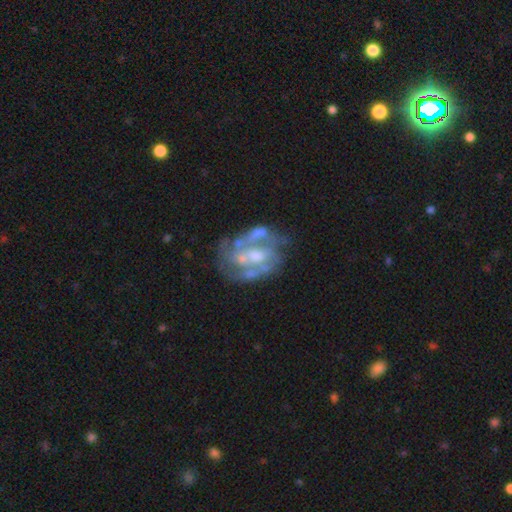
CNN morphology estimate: Smooth or featured: featured or disk — 80% (smooth — 12%)
Edge-on disk: no — 97% (yes — 3%)
Bar: no — 53% (weak — 33%)
Spiral arms: yes — 62% (no — 38%)
Bulge size: moderate — 50% (small — 27%)
Merging: none — 48% (minor disturbance — 20%)